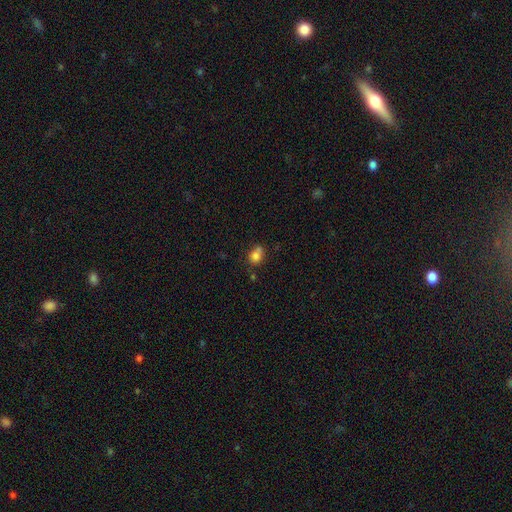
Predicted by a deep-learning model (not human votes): The model was most divided on "how rounded": round: 60%, in between: 39%, cigar-shaped: 1%. More confident: smooth or featured — smooth (80%); merging — none (50%).